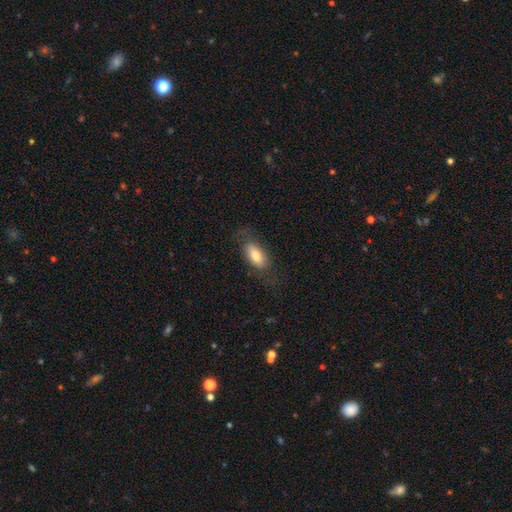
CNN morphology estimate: Q: Smooth or featured?
A: smooth (72%); runner-up: featured or disk (22%)
Q: How rounded?
A: in between (84%); runner-up: cigar-shaped (13%)
Q: Merging?
A: none (68%); runner-up: minor disturbance (20%)